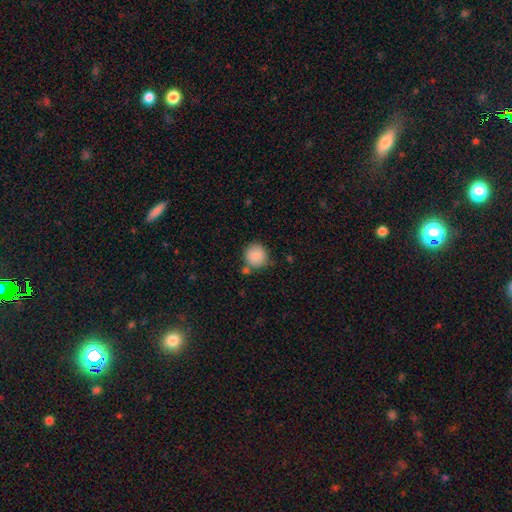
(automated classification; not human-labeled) Overall: smooth (86%). How rounded: round (89%). Merging: none (73%).